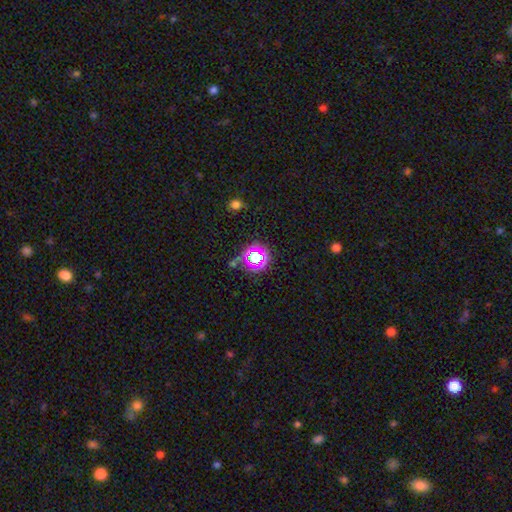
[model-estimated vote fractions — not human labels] star or artifact 63%, smooth 25%, featured or disk 11%.